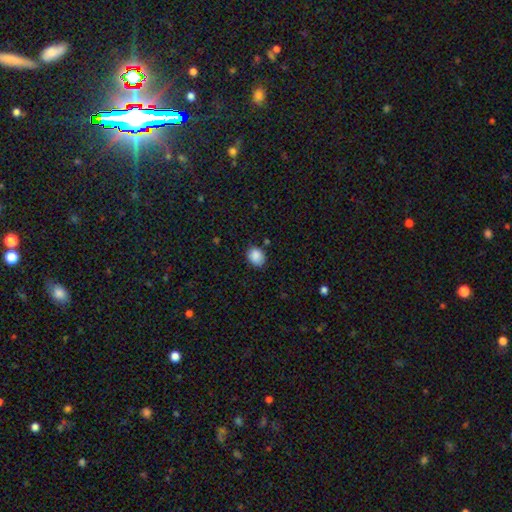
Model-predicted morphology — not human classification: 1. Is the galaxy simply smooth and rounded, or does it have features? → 88% smooth, 9% star or artifact, 4% featured or disk.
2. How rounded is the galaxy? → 54% round, 45% in between, 1% cigar-shaped.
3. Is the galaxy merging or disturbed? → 80% none, 15% minor disturbance, 3% major disturbance, 3% merger.